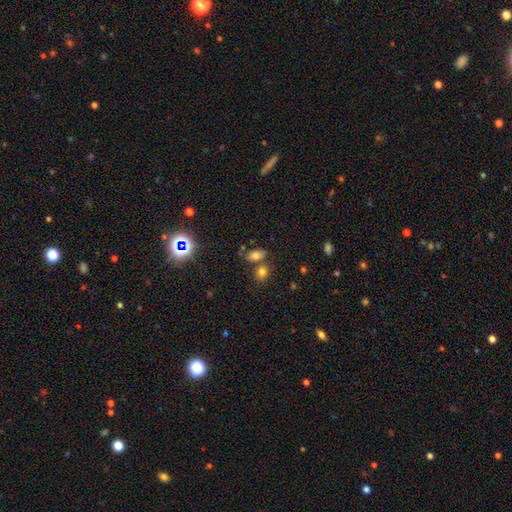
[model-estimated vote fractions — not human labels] smooth 71%, star or artifact 18%, featured or disk 12%. Down the decision tree: how rounded — in between (84%); merging — none (62%).